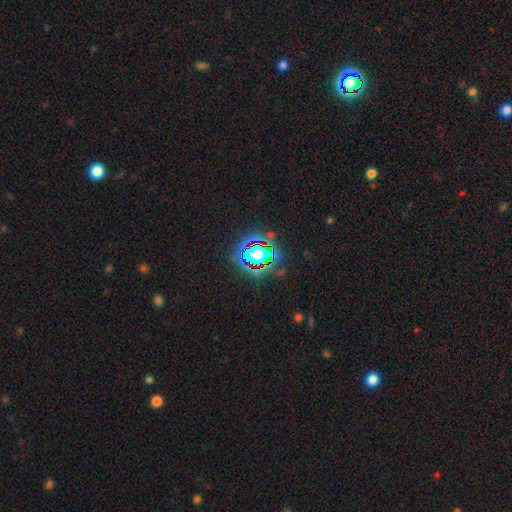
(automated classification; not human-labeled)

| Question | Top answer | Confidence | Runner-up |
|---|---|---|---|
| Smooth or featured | star or artifact | 80% | smooth (12%) |